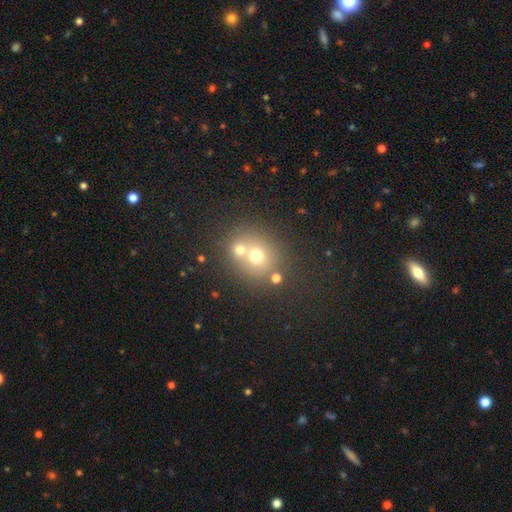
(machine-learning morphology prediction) Smooth or featured?
  - smooth: 65% *
  - featured or disk: 18%
  - star or artifact: 17%
How rounded?
  - round: 79% *
  - in between: 21%
  - cigar-shaped: 1%
Merging?
  - none: 46% *
  - merger: 44%
  - minor disturbance: 7%
  - major disturbance: 3%